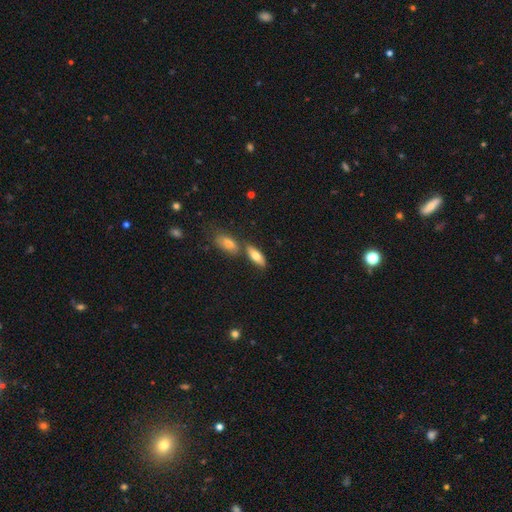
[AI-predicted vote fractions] A smooth galaxy with no disk features (75%) that is in between round and cigar-shaped (75%).

Vote fractions:
- Smooth or featured? smooth: 75% / featured or disk: 18% / star or artifact: 6%
- How rounded? in between: 75% / cigar-shaped: 23% / round: 3%
- Merging? none: 62% / merger: 24% / minor disturbance: 11% / major disturbance: 3%